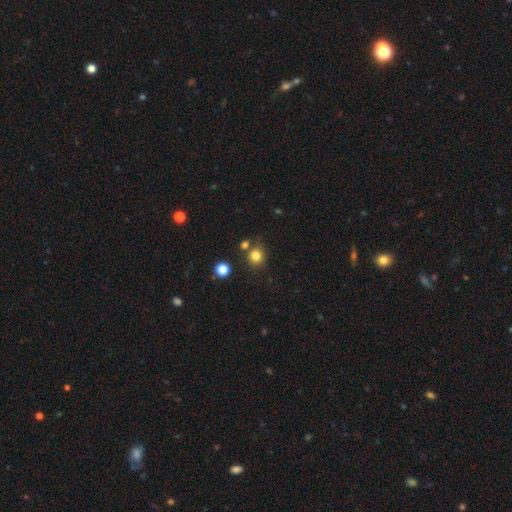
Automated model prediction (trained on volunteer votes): Q: Smooth or featured?
A: smooth (81%); runner-up: star or artifact (13%)
Q: How rounded?
A: round (87%); runner-up: in between (12%)
Q: Merging?
A: none (74%); runner-up: merger (12%)